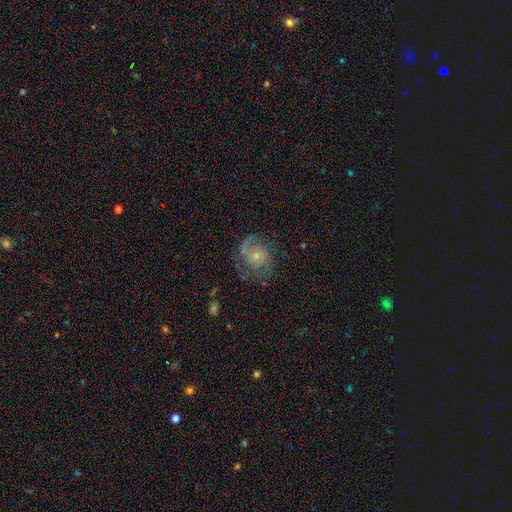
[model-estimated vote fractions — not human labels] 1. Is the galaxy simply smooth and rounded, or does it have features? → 78% featured or disk, 14% smooth, 8% star or artifact.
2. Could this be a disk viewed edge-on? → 98% no, 2% yes.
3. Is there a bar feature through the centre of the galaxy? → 72% no, 24% weak, 4% strong.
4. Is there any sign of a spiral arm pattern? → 93% yes, 7% no.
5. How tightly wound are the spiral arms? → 46% medium, 34% tight, 19% loose.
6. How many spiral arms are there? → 65% 2, 15% can't tell, 8% 1, 7% 3, 3% 4, 3% more than 4.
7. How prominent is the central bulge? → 66% small, 28% moderate, 3% none, 2% large, 1% dominant.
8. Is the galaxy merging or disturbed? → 69% none, 18% minor disturbance, 11% major disturbance, 2% merger.